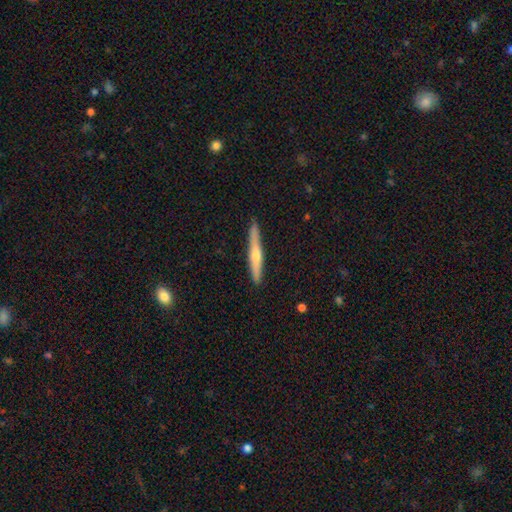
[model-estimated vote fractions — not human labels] Smooth or featured? featured or disk (59%)
Edge-on disk? yes (97%)
Edge-on bulge? rounded (83%)
Merging? none (90%)